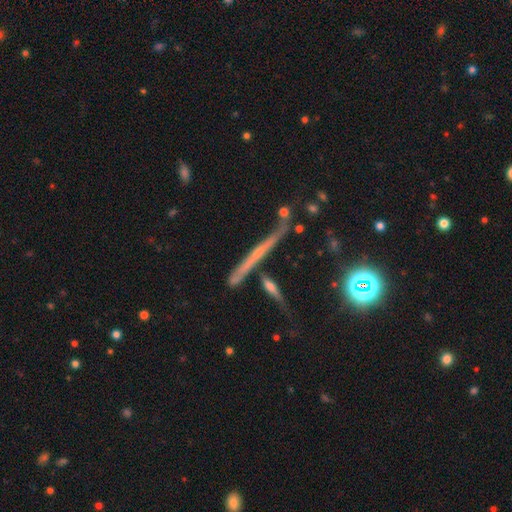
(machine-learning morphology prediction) Smooth or featured: featured or disk — 66% (smooth — 20%)
Edge-on disk: yes — 94% (no — 6%)
Edge-on bulge: none — 55% (rounded — 36%)
Merging: none — 71% (minor disturbance — 15%)